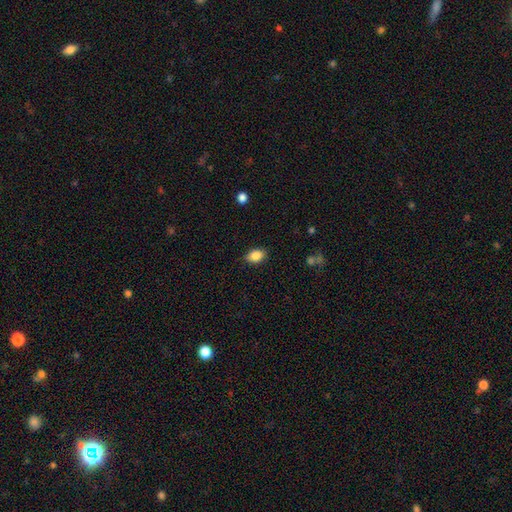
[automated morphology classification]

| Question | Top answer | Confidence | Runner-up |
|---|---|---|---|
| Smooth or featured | smooth | 85% | star or artifact (8%) |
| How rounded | in between | 84% | round (14%) |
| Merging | none | 84% | minor disturbance (12%) |